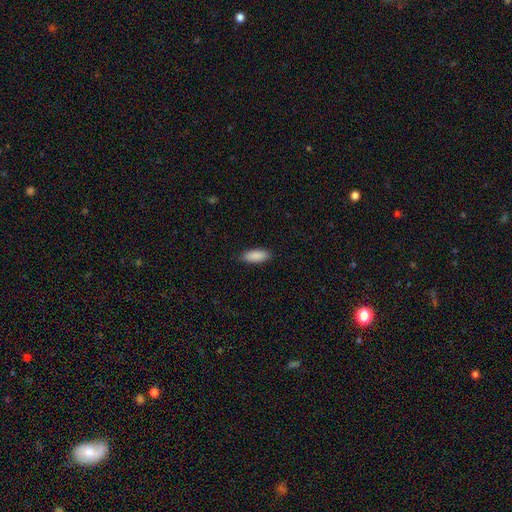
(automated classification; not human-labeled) Morphology: type=smooth (90%); roundness=in between (77%); merging=none (88%).